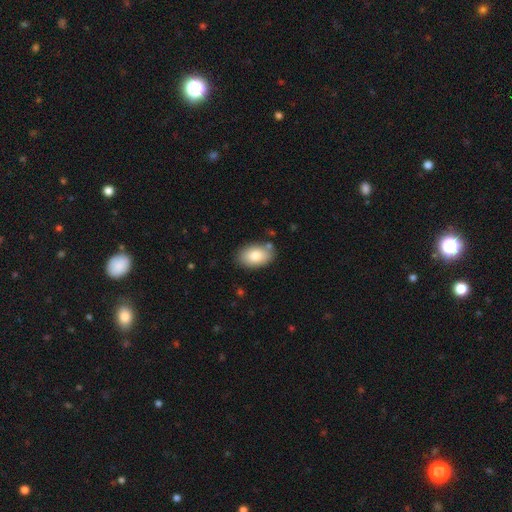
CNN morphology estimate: Overall: smooth (81%). How rounded: in between (91%). Merging: none (82%).